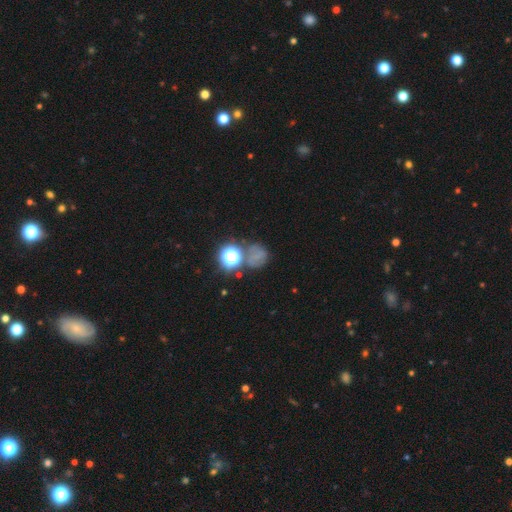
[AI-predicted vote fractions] This is possibly a smooth galaxy (48%). Merging: possibly none (51%).